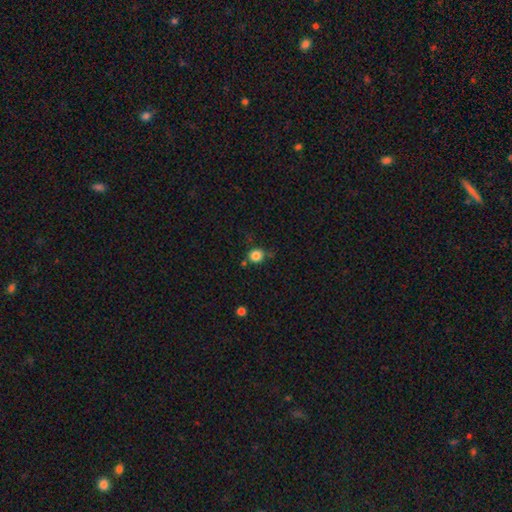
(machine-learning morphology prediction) smooth-or-featured: smooth: 84% | star or artifact: 11% | featured or disk: 4%
  how-rounded: round: 84% | in between: 15% | cigar-shaped: 1%
  merging: none: 74% | minor disturbance: 15% | merger: 7% | major disturbance: 4%